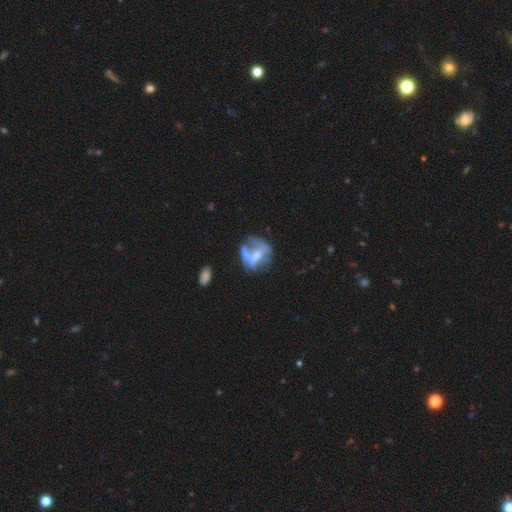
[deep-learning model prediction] featured or disk 58%, smooth 32%, star or artifact 10%. Down the decision tree: edge-on disk — no (96%); bar — no (53%); spiral arms — no (74%); bulge size — moderate (36%); merging — none (34%).